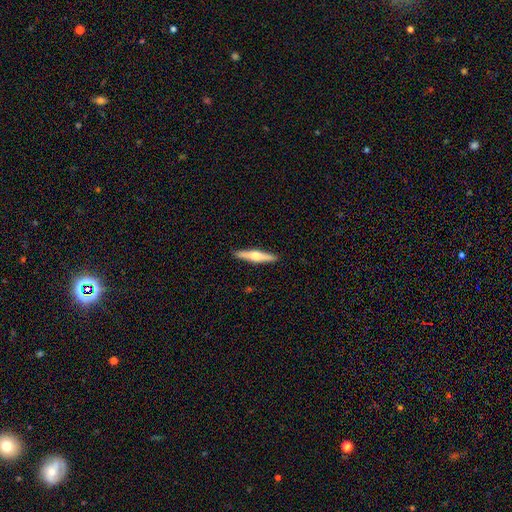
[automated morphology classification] featured or disk 57%, smooth 38%, star or artifact 5%. Down the decision tree: edge-on disk — yes (97%); edge-on bulge — rounded (91%); merging — none (91%).